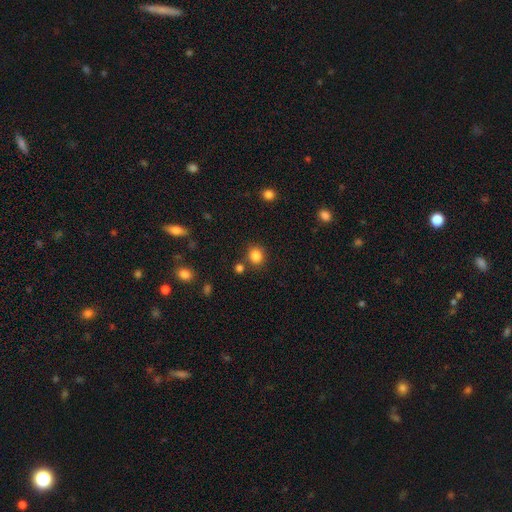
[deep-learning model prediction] Smooth or featured? smooth (84%)
How rounded? round (80%)
Merging? none (80%)